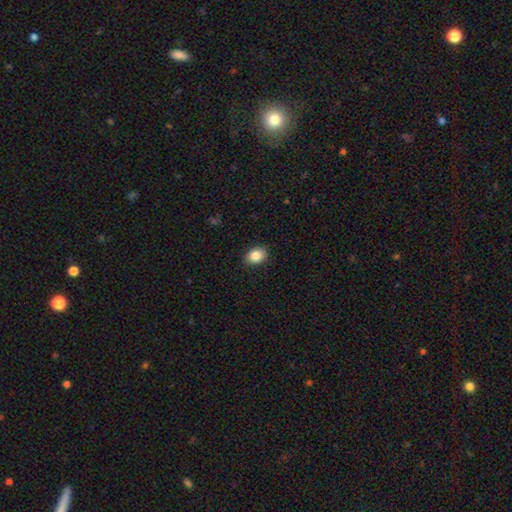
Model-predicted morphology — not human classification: Q: Smooth or featured?
A: smooth (86%); runner-up: star or artifact (9%)
Q: How rounded?
A: in between (71%); runner-up: round (28%)
Q: Merging?
A: none (89%); runner-up: minor disturbance (8%)